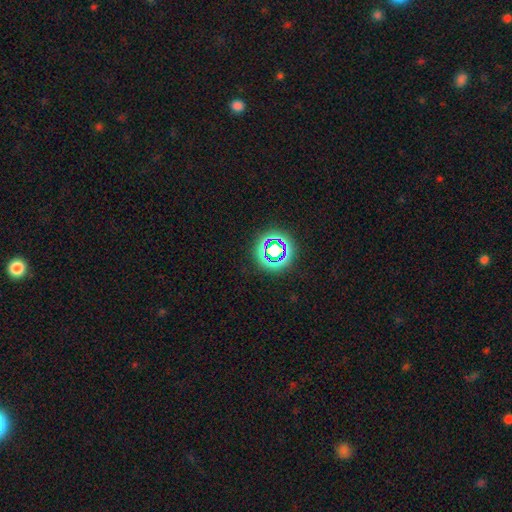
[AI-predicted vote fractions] A star or artifact, not a galaxy (59%).